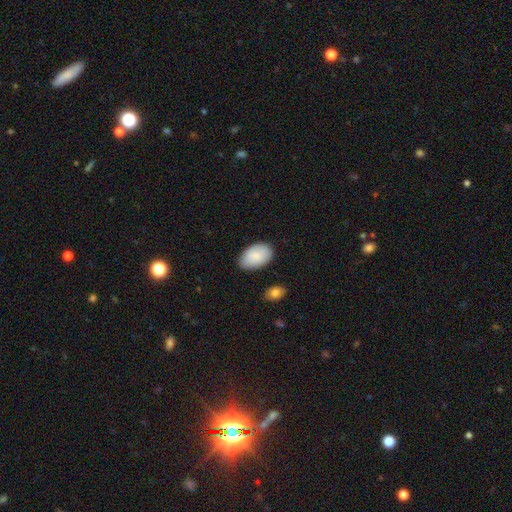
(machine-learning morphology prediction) type=smooth (89%); roundness=in between (94%); merging=none (82%).